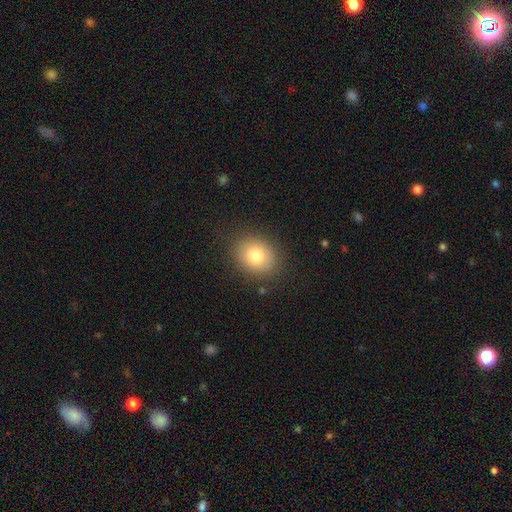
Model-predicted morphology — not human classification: smooth 80%, featured or disk 10%, star or artifact 9%. Down the decision tree: how rounded — round (56%); merging — none (86%).